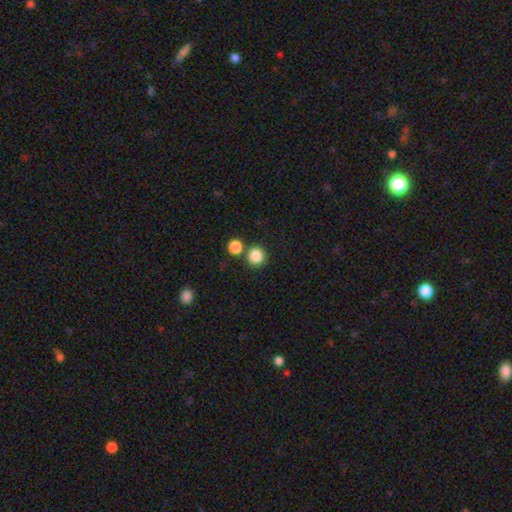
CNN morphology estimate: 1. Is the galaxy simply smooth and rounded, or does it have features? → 85% smooth, 11% star or artifact, 4% featured or disk.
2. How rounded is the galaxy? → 93% round, 6% in between, 1% cigar-shaped.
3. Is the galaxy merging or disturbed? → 79% none, 12% merger, 6% minor disturbance, 2% major disturbance.